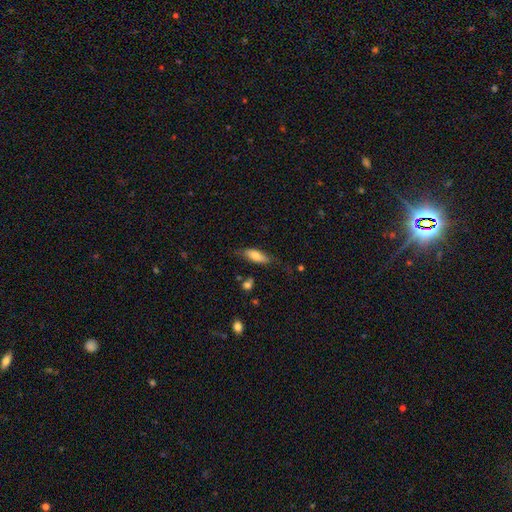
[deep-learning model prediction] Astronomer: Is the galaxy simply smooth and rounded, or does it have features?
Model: smooth — 73%.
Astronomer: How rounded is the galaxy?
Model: in between — 73%.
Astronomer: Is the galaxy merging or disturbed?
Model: none — 62%.